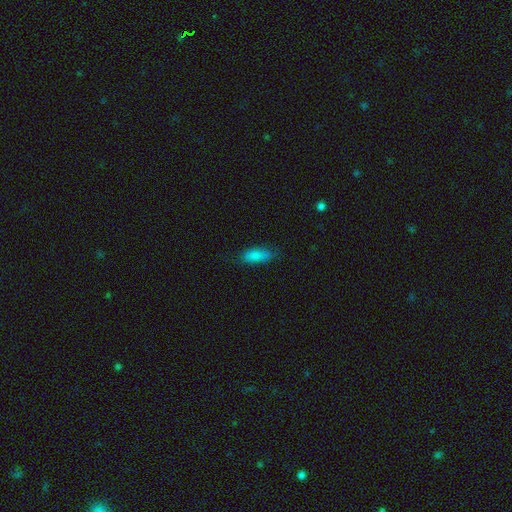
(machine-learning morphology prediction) type=smooth (85%); roundness=in between (76%); merging=none (77%).